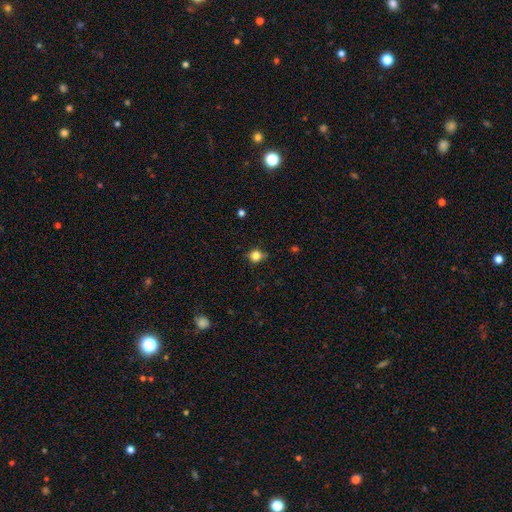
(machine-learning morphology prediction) Smooth or featured?
  - smooth: 82% *
  - star or artifact: 12%
  - featured or disk: 6%
How rounded?
  - round: 83% *
  - in between: 16%
  - cigar-shaped: 1%
Merging?
  - none: 75% *
  - minor disturbance: 20%
  - major disturbance: 4%
  - merger: 2%